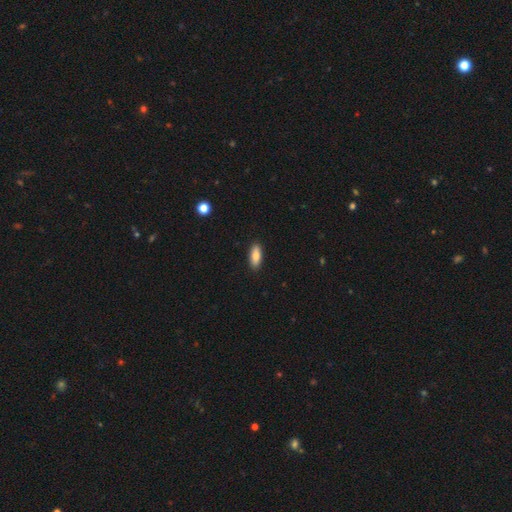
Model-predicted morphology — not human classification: smooth 81%, featured or disk 13%, star or artifact 6%. Down the decision tree: how rounded — in between (77%); merging — none (91%).